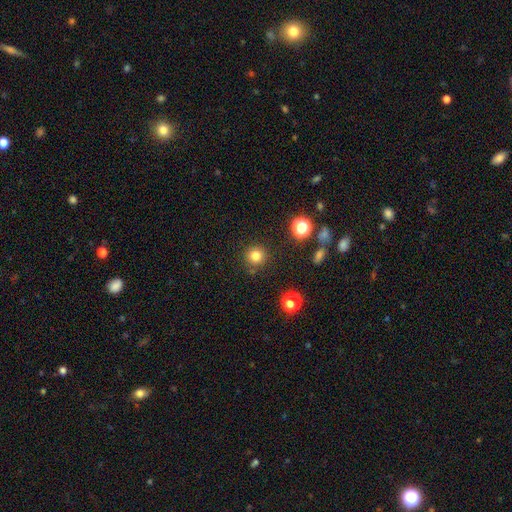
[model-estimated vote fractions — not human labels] smooth-or-featured: smooth: 80% | star or artifact: 15% | featured or disk: 6%
  how-rounded: round: 94% | in between: 5% | cigar-shaped: 1%
  merging: none: 85% | minor disturbance: 8% | merger: 4% | major disturbance: 3%